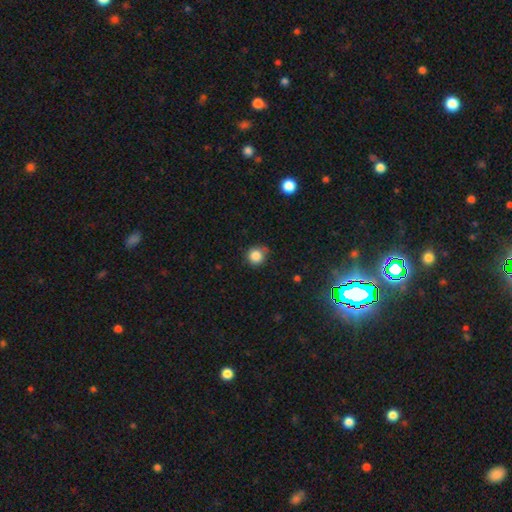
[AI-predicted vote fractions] This appears to be a smooth galaxy with no disk features (85%) that is round (93%). Merging: none (75%).